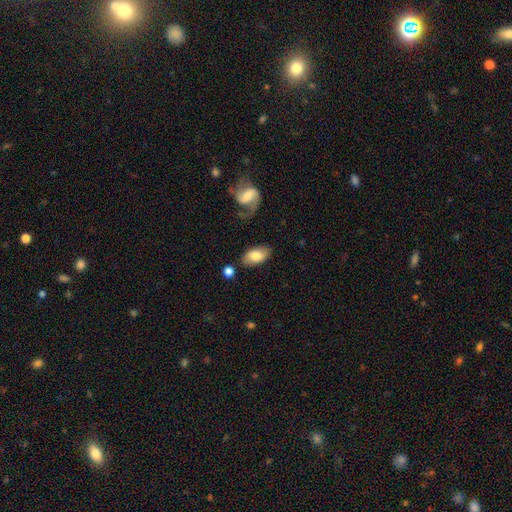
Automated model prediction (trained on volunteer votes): A smooth galaxy with no disk features (71%) that is in between round and cigar-shaped (93%). Merging: none (76%).